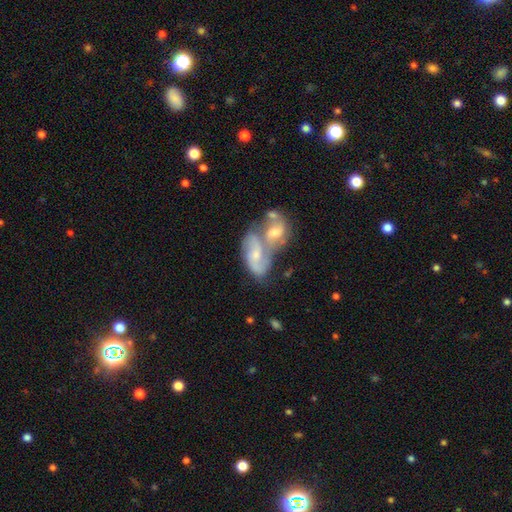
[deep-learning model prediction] Q: Smooth or featured?
A: featured or disk (66%); runner-up: smooth (27%)
Q: Edge-on disk?
A: no (95%); runner-up: yes (5%)
Q: Bar?
A: no (54%); runner-up: weak (37%)
Q: Spiral arms?
A: yes (84%); runner-up: no (16%)
Q: Spiral winding?
A: medium (46%); runner-up: loose (35%)
Q: Spiral arm count?
A: 2 (72%); runner-up: can't tell (16%)
Q: Bulge size?
A: small (50%); runner-up: moderate (41%)
Q: Merging?
A: merger (73%); runner-up: none (14%)